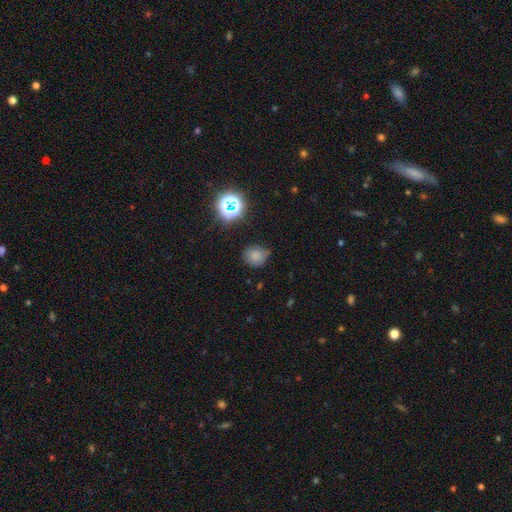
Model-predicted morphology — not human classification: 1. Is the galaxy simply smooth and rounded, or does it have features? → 73% smooth, 18% star or artifact, 9% featured or disk.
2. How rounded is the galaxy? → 76% round, 23% in between, 1% cigar-shaped.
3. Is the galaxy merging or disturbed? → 65% none, 27% minor disturbance, 6% major disturbance, 3% merger.